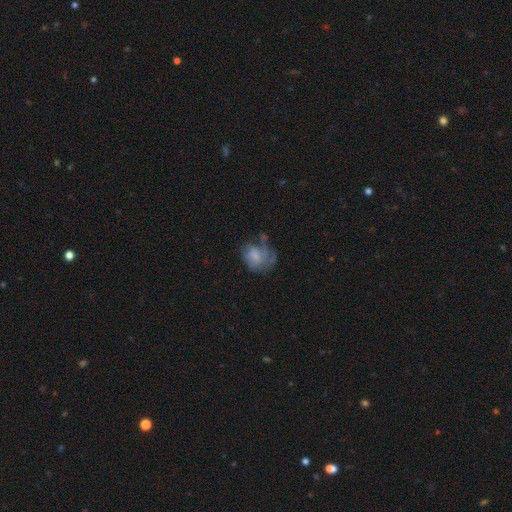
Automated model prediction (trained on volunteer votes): Smooth or featured?
  - featured or disk: 49% *
  - smooth: 41%
  - star or artifact: 10%
Merging?
  - major disturbance: 38% *
  - none: 34%
  - minor disturbance: 23%
  - merger: 5%